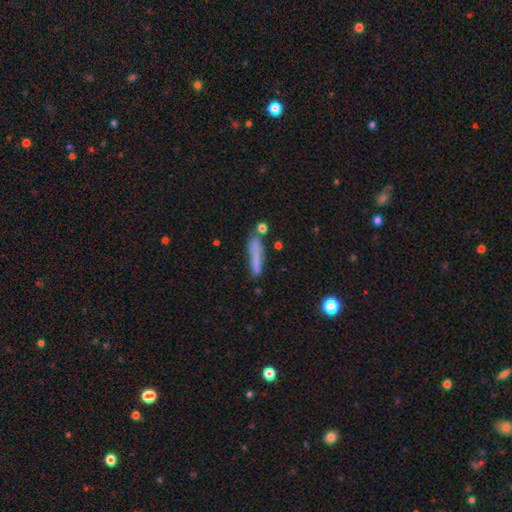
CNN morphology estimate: A smooth galaxy with no disk features (67%) that is cigar-shaped (85%).

Vote fractions:
- Smooth or featured? smooth: 67% / featured or disk: 22% / star or artifact: 12%
- How rounded? cigar-shaped: 85% / in between: 13% / round: 3%
- Merging? none: 61% / minor disturbance: 20% / merger: 11% / major disturbance: 8%